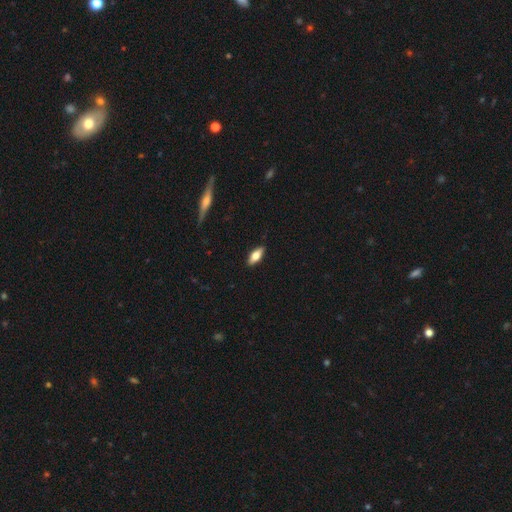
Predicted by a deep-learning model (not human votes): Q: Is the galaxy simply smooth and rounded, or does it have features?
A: smooth — 68%.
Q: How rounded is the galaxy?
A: in between — 77%.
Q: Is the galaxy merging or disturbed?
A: none — 89%.